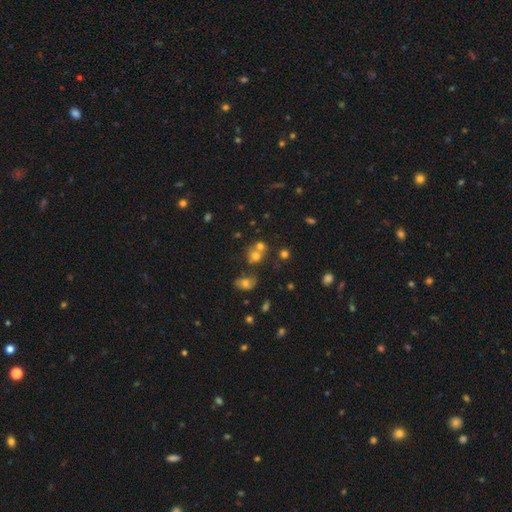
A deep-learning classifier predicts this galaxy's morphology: type=smooth (64%); roundness=round (74%); merging=merger (44%).